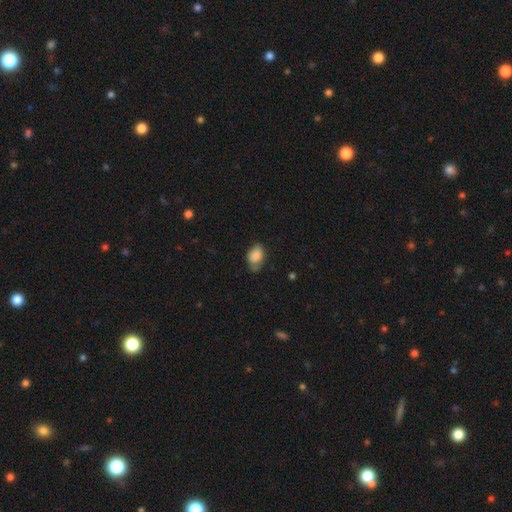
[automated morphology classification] smooth 83%, featured or disk 9%, star or artifact 8%. Down the decision tree: how rounded — in between (85%); merging — none (54%).